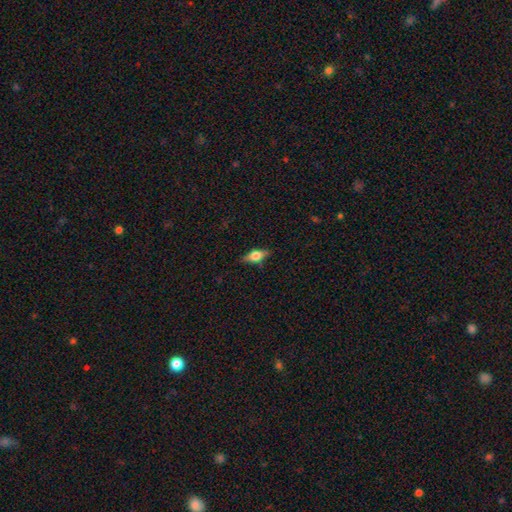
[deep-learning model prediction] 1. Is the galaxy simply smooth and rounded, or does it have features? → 51% smooth, 40% featured or disk, 8% star or artifact.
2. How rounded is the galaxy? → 71% in between, 21% cigar-shaped, 8% round.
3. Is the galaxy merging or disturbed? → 83% none, 13% minor disturbance, 3% major disturbance, 1% merger.